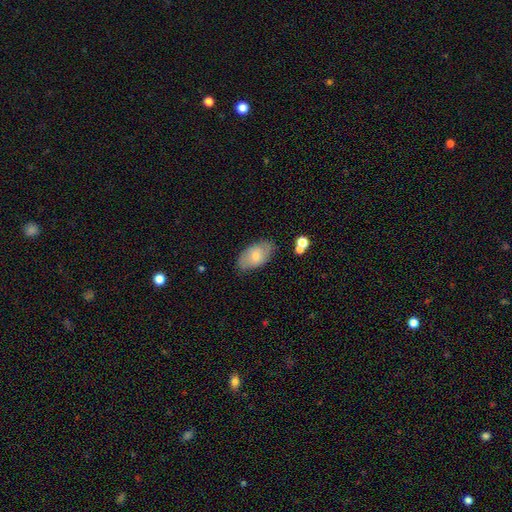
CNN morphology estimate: Q: Smooth or featured?
A: smooth (69%); runner-up: featured or disk (24%)
Q: How rounded?
A: in between (93%); runner-up: round (5%)
Q: Merging?
A: none (75%); runner-up: minor disturbance (18%)